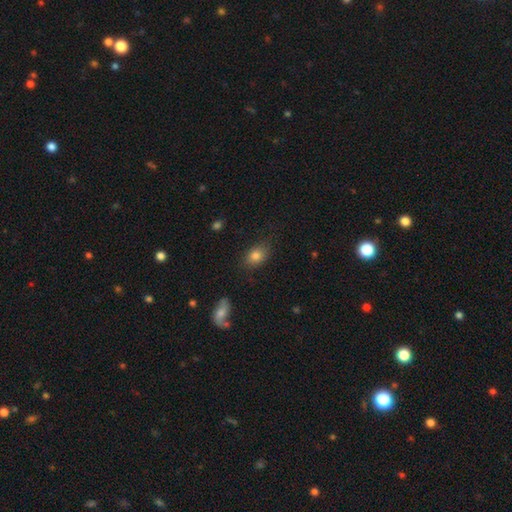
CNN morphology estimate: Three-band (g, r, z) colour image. It shows a smooth galaxy with no disk features (81%) that is in between round and cigar-shaped (75%). Merging: none (78%).